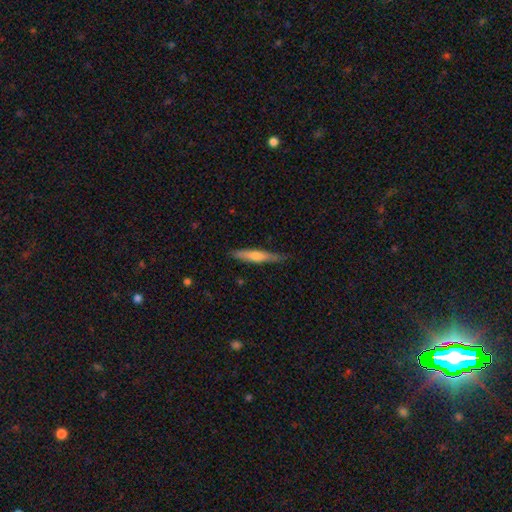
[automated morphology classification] A smooth galaxy with no disk features (51%) that is cigar-shaped (91%).

Vote fractions:
- Smooth or featured? smooth: 51% / featured or disk: 43% / star or artifact: 6%
- How rounded? cigar-shaped: 91% / in between: 7% / round: 2%
- Merging? none: 82% / minor disturbance: 15% / major disturbance: 2% / merger: 1%